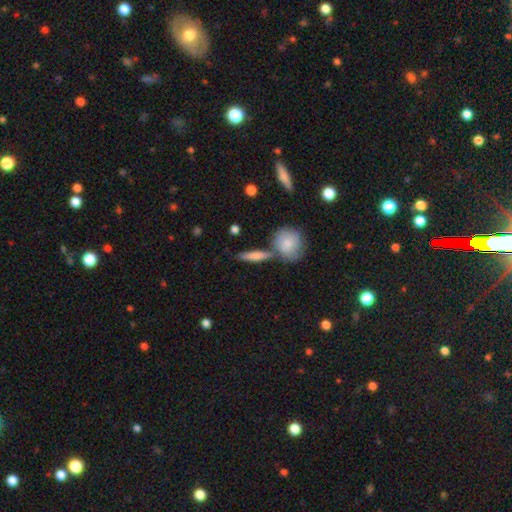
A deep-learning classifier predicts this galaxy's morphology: Smooth or featured?
  - smooth: 66% *
  - featured or disk: 27%
  - star or artifact: 7%
How rounded?
  - cigar-shaped: 66% *
  - in between: 26%
  - round: 8%
Merging?
  - none: 65% *
  - merger: 20%
  - minor disturbance: 11%
  - major disturbance: 4%